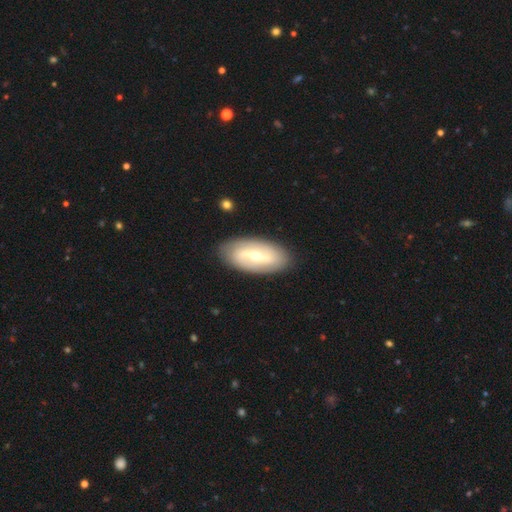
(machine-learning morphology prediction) Smooth or featured? featured or disk (74%)
Edge-on disk? no (91%)
Bar? strong (41%)
Spiral arms? yes (77%)
Spiral winding? loose (49%)
Spiral arm count? 2 (85%)
Bulge size? moderate (51%)
Merging? none (87%)